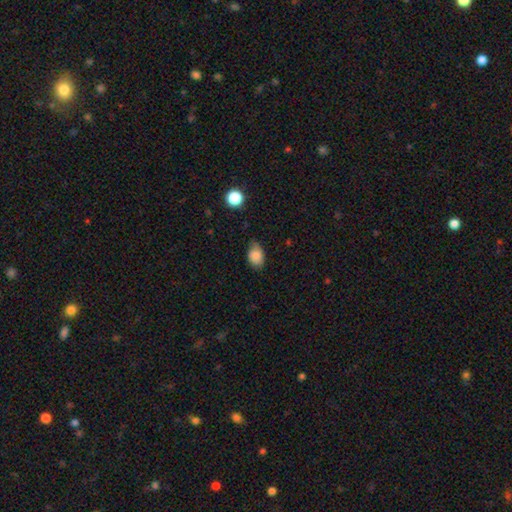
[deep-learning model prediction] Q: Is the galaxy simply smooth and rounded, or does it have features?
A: smooth — 83%.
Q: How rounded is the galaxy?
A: in between — 84%.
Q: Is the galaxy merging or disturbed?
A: none — 68%.